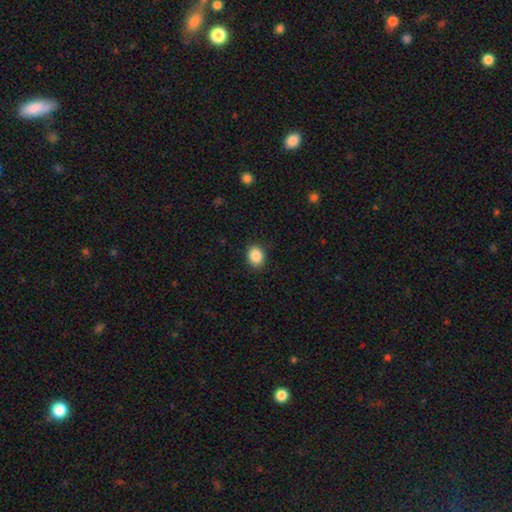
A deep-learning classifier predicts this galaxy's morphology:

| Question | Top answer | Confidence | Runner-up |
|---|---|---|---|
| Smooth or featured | smooth | 87% | star or artifact (9%) |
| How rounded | round | 57% | in between (42%) |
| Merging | none | 89% | minor disturbance (8%) |